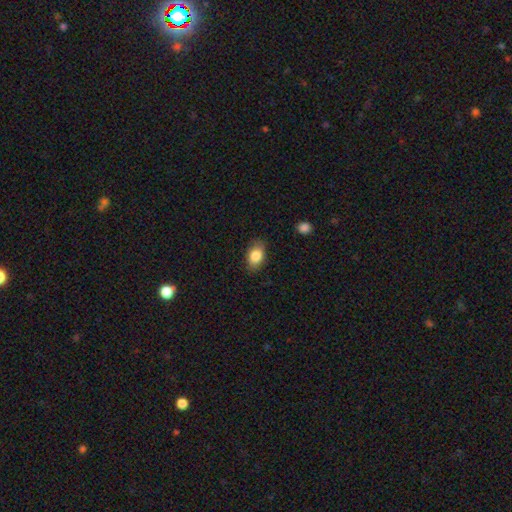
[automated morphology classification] Overall: smooth (83%). How rounded: in between (85%). Merging: none (83%).